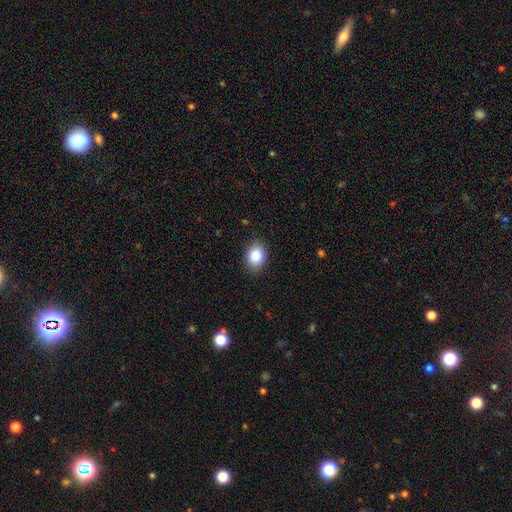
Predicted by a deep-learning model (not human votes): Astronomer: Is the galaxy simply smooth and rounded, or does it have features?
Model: smooth — 84%.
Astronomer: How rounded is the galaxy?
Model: in between — 68%.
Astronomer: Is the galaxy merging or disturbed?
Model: none — 88%.